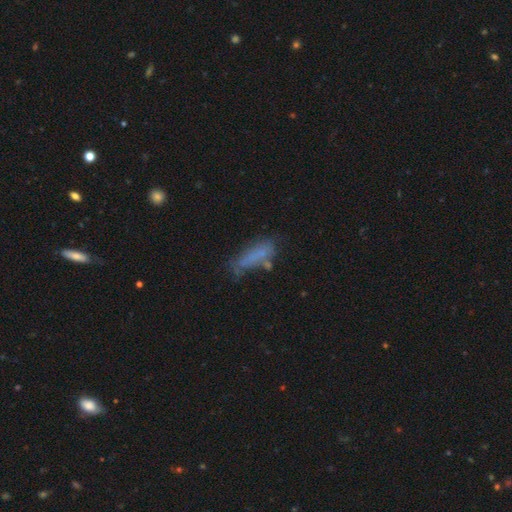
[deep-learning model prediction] Overall: smooth (63%; featured or disk 23%). How rounded: in between (49%; cigar-shaped 48%). Merging: none (45%; minor disturbance 26%).